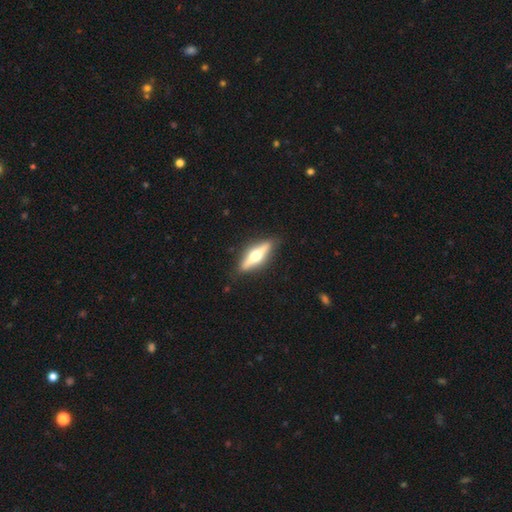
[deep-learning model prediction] Morphology: type=featured or disk (69%); edge-on=yes (95%); edge-on bulge=rounded (96%); merging=none (89%).